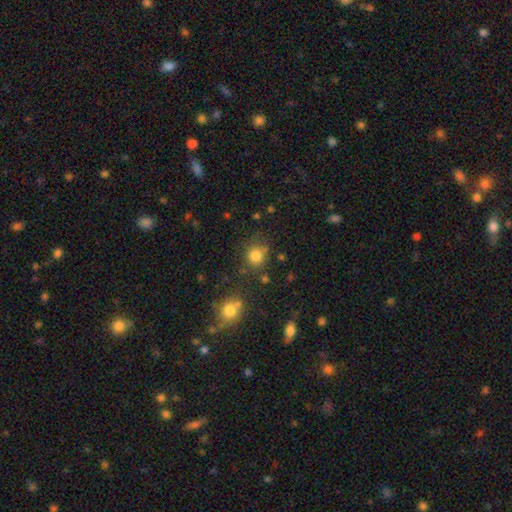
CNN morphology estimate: Smooth or featured?
  - smooth: 80% *
  - star or artifact: 14%
  - featured or disk: 6%
How rounded?
  - round: 85% *
  - in between: 14%
  - cigar-shaped: 1%
Merging?
  - none: 72% *
  - minor disturbance: 13%
  - merger: 9%
  - major disturbance: 5%